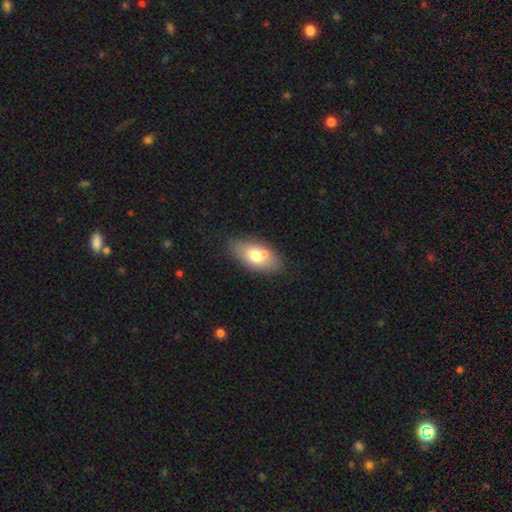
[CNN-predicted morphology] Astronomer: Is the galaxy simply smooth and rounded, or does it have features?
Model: smooth — 67%.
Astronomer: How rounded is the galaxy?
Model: in between — 90%.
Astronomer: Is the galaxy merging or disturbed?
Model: none — 64%.